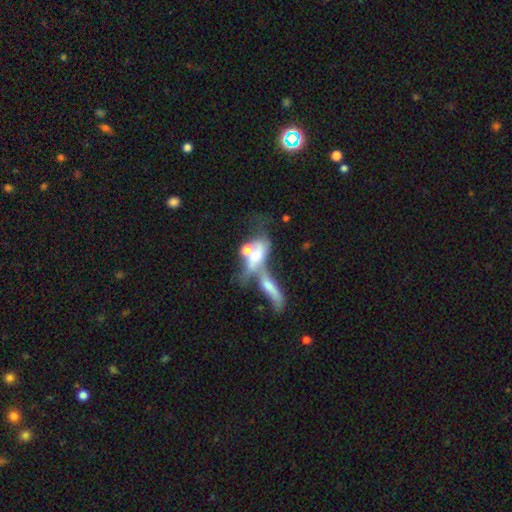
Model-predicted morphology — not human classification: smooth 46%, featured or disk 43%, star or artifact 11%. Down the decision tree: merging — merger (71%).